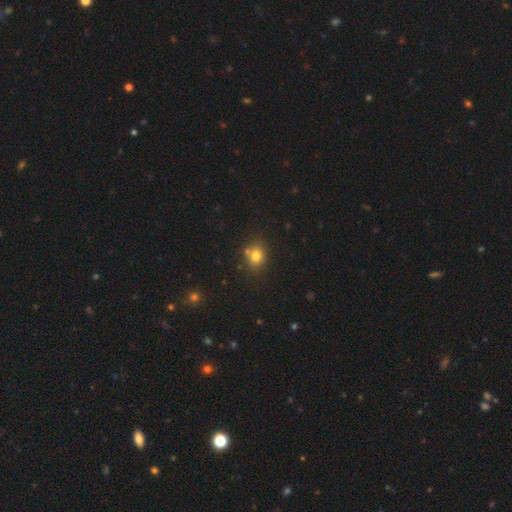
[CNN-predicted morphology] type=smooth (76%); roundness=round (67%); merging=none (68%).